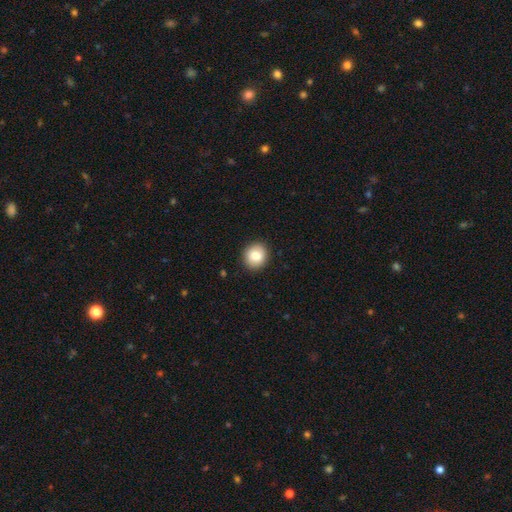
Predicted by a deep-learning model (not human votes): Smooth or featured? smooth (84%)
How rounded? round (80%)
Merging? none (91%)